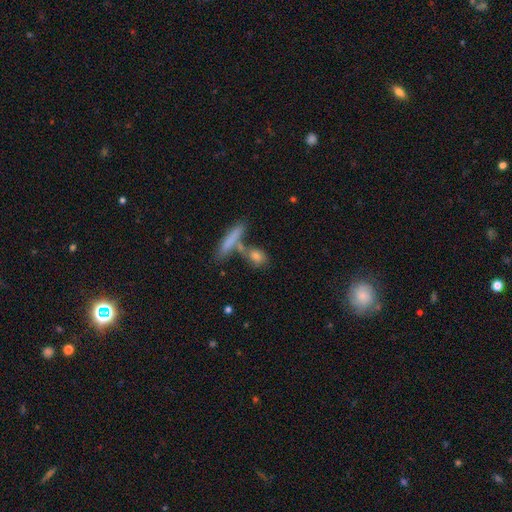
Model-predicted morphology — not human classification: Q: Smooth or featured?
A: smooth (73%); runner-up: featured or disk (17%)
Q: How rounded?
A: in between (39%); runner-up: cigar-shaped (38%)
Q: Merging?
A: none (60%); runner-up: merger (23%)